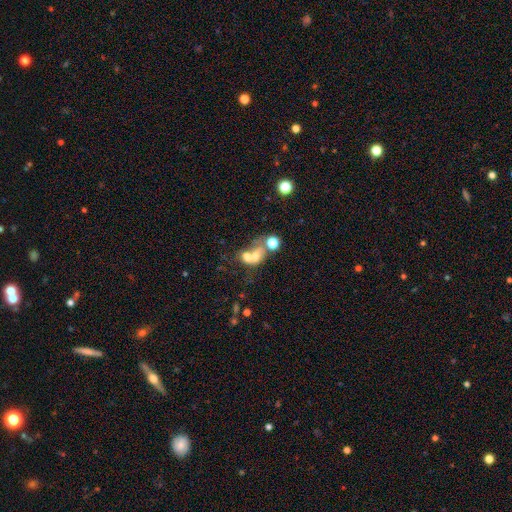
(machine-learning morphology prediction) A smooth galaxy with no disk features (54%) that is in between round and cigar-shaped (56%). Merging: merger (67%).